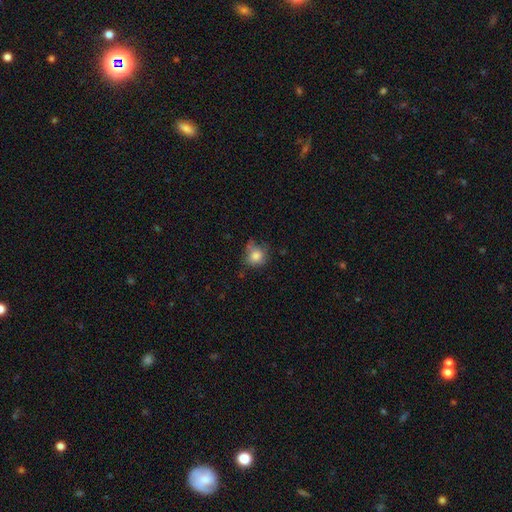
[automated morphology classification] This is likely a smooth galaxy (78%). How rounded: likely round (77%). Merging: possibly none (56%).